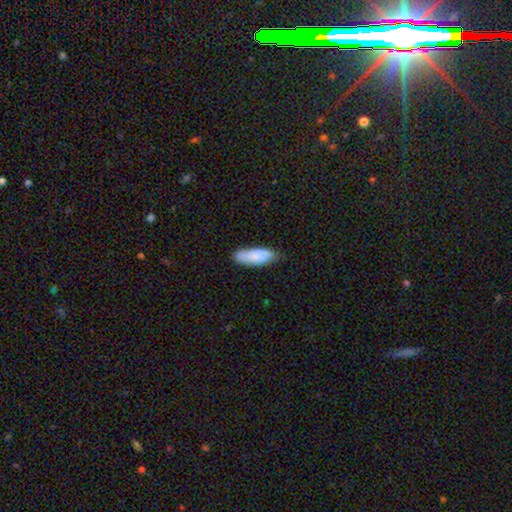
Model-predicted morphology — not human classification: Smooth or featured: smooth — 82% (featured or disk — 13%)
How rounded: in between — 67% (cigar-shaped — 32%)
Merging: none — 75% (minor disturbance — 21%)